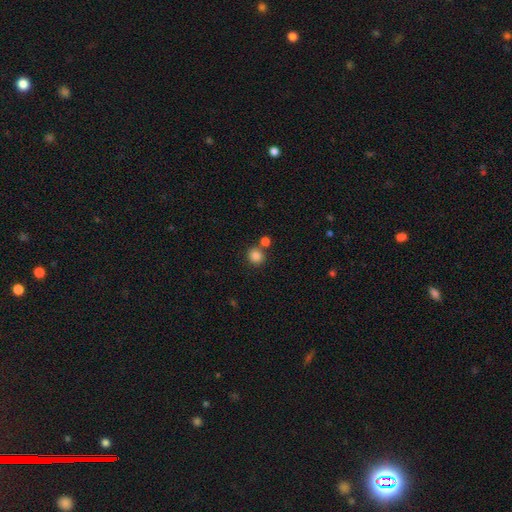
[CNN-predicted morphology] Smooth or featured?
  - smooth: 84% *
  - star or artifact: 11%
  - featured or disk: 5%
How rounded?
  - round: 87% *
  - in between: 12%
  - cigar-shaped: 1%
Merging?
  - none: 73% *
  - merger: 16%
  - minor disturbance: 8%
  - major disturbance: 3%